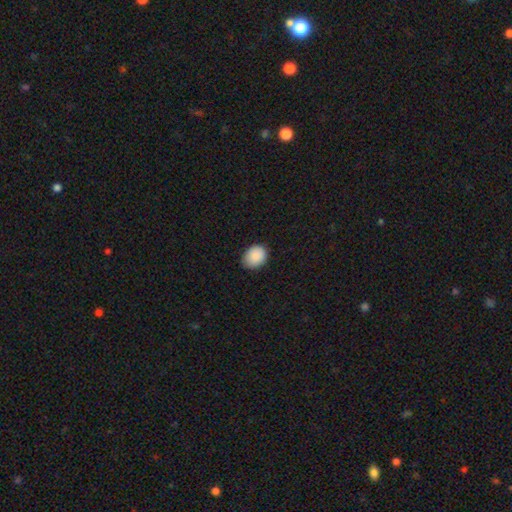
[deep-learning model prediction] Overall: smooth (89%). How rounded: in between (57%; round 42%). Merging: none (79%).